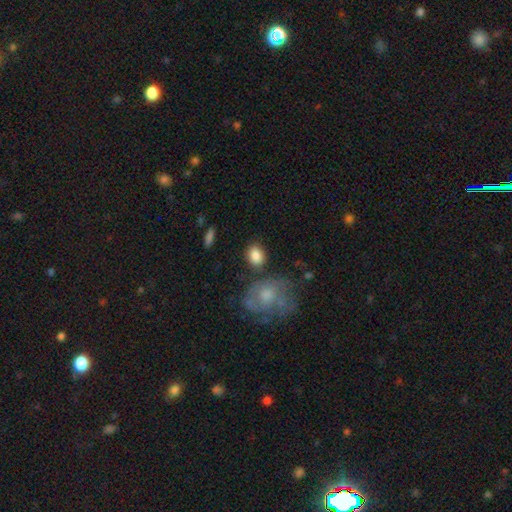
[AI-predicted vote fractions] Morphology: type=smooth (86%); roundness=in between (61%); merging=none (74%).